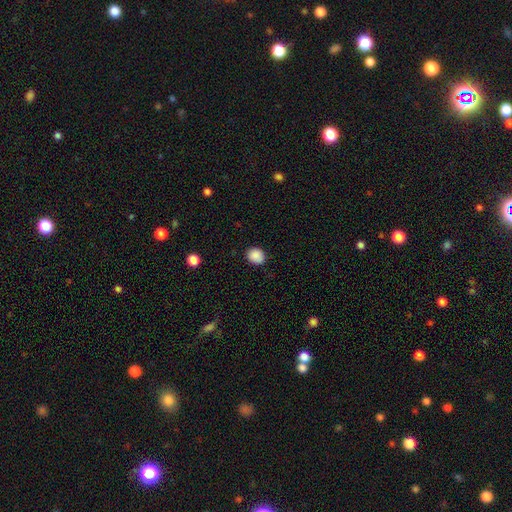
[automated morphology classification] Smooth or featured? Predicted: smooth (p=0.88). How rounded? Predicted: round (p=0.74). Merging? Predicted: none (p=0.86).